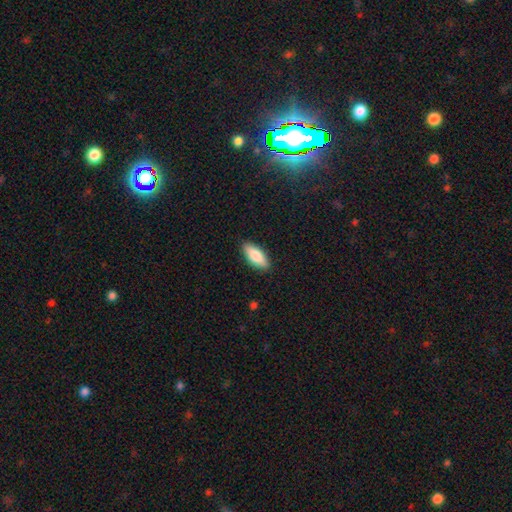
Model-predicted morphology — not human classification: Smooth or featured?
  - smooth: 84% *
  - featured or disk: 10%
  - star or artifact: 6%
How rounded?
  - in between: 77% *
  - cigar-shaped: 21%
  - round: 2%
Merging?
  - none: 89% *
  - minor disturbance: 9%
  - major disturbance: 2%
  - merger: 1%